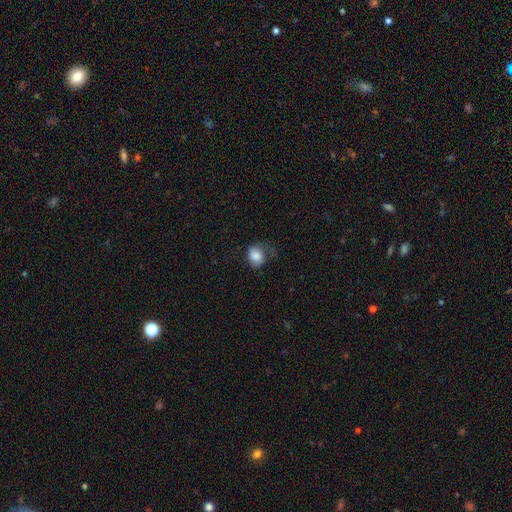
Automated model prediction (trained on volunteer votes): smooth-or-featured: smooth: 75% | featured or disk: 17% | star or artifact: 8%
  how-rounded: round: 50% | in between: 49% | cigar-shaped: 1%
  merging: none: 38% | major disturbance: 31% | minor disturbance: 29% | merger: 2%